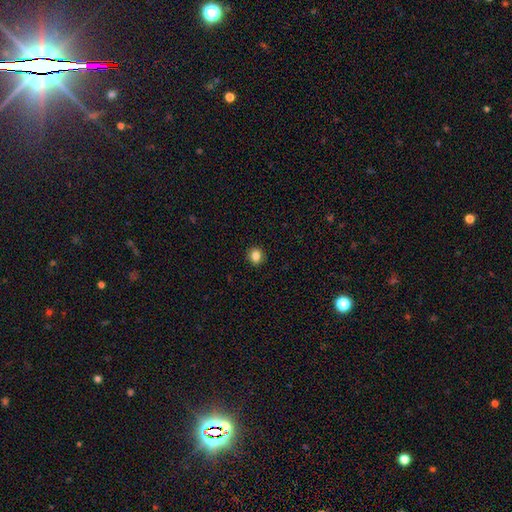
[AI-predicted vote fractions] Smooth or featured: smooth — 86% (star or artifact — 11%)
How rounded: round — 75% (in between — 24%)
Merging: none — 91% (minor disturbance — 6%)